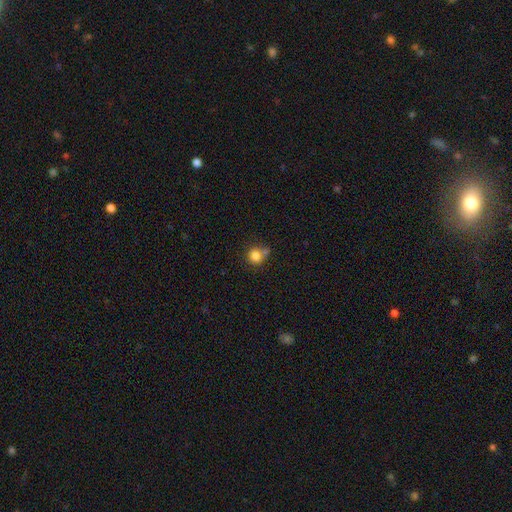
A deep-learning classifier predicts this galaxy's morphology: smooth-or-featured: smooth: 83% | star or artifact: 11% | featured or disk: 6%
  how-rounded: round: 91% | in between: 8% | cigar-shaped: 1%
  merging: none: 60% | merger: 23% | minor disturbance: 12% | major disturbance: 4%